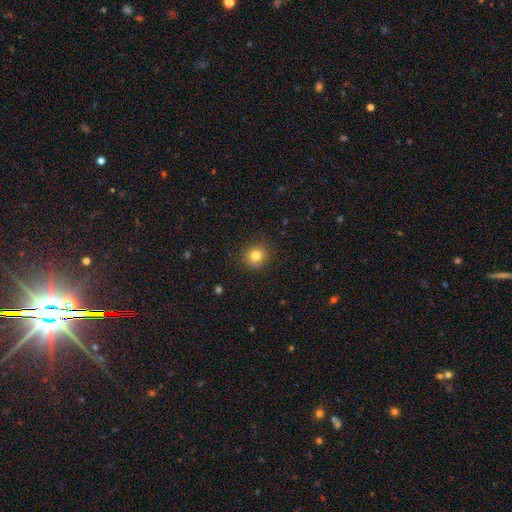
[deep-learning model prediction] A smooth galaxy with no disk features (81%) that is round (88%).

Vote fractions:
- Smooth or featured? smooth: 81% / star or artifact: 12% / featured or disk: 7%
- How rounded? round: 88% / in between: 11% / cigar-shaped: 1%
- Merging? none: 89% / minor disturbance: 8% / major disturbance: 2% / merger: 1%